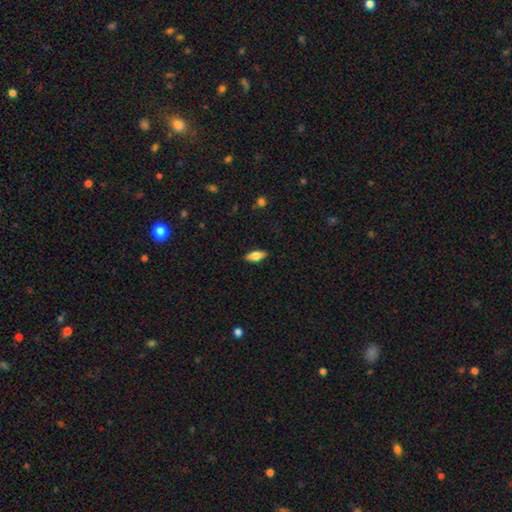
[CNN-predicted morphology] Overall: smooth (68%). How rounded: in between (77%). Merging: none (88%).